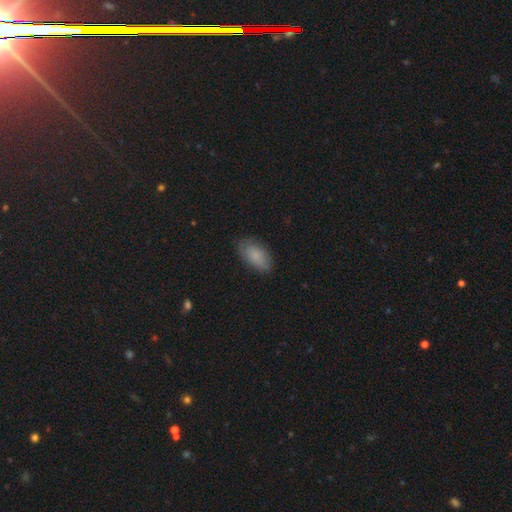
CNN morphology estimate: Smooth or featured: smooth — 81% (featured or disk — 12%)
How rounded: in between — 93% (round — 4%)
Merging: none — 79% (minor disturbance — 16%)